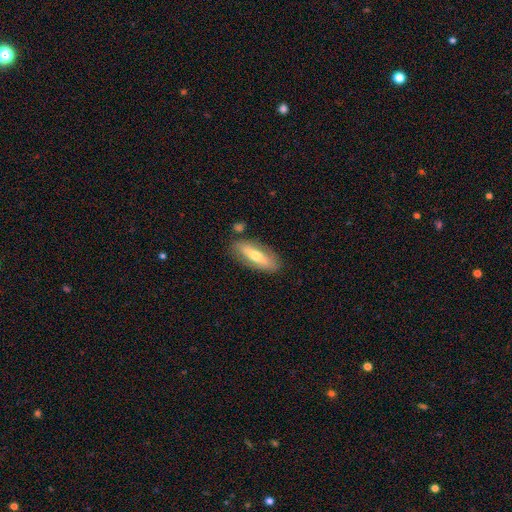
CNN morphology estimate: This is possibly a smooth galaxy (52%). How rounded: possibly in between (60%). Merging: likely none (80%).